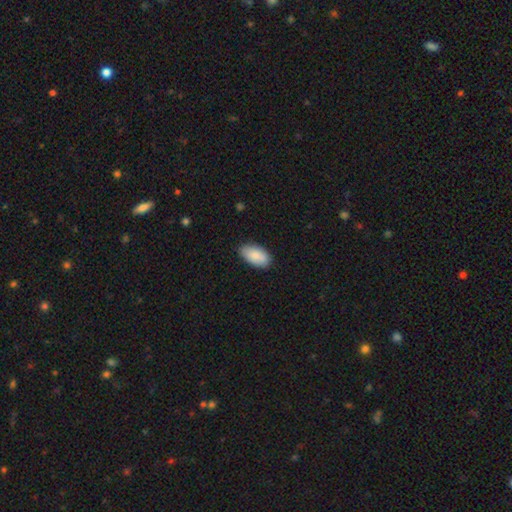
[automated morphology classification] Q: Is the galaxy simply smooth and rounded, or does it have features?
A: smooth — 86%.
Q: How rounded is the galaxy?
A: in between — 95%.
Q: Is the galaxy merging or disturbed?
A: none — 84%.